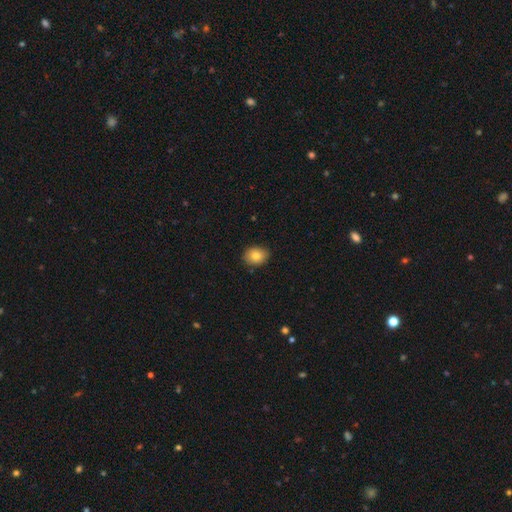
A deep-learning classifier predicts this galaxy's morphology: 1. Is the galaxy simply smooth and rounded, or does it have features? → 83% smooth, 9% featured or disk, 8% star or artifact.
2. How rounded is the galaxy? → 62% in between, 37% round, 1% cigar-shaped.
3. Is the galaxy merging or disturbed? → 85% none, 12% minor disturbance, 2% major disturbance, 1% merger.